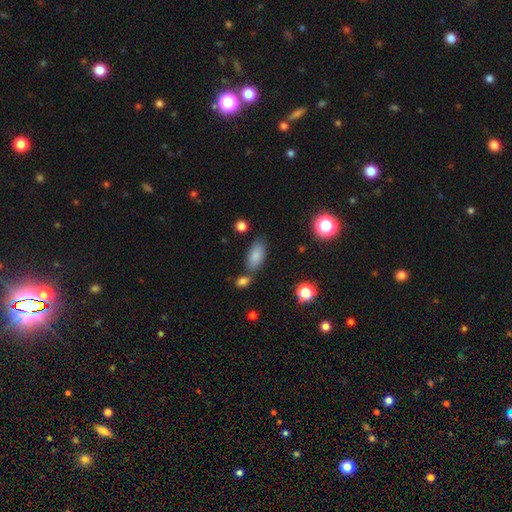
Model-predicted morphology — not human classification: type=smooth (84%); roundness=in between (90%); merging=none (67%).